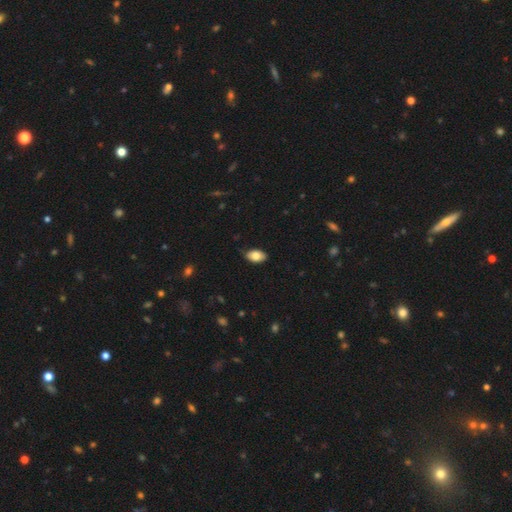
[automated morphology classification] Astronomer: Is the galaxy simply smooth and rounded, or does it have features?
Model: smooth — 82%.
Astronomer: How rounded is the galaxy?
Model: in between — 93%.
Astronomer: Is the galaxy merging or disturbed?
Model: none — 82%.